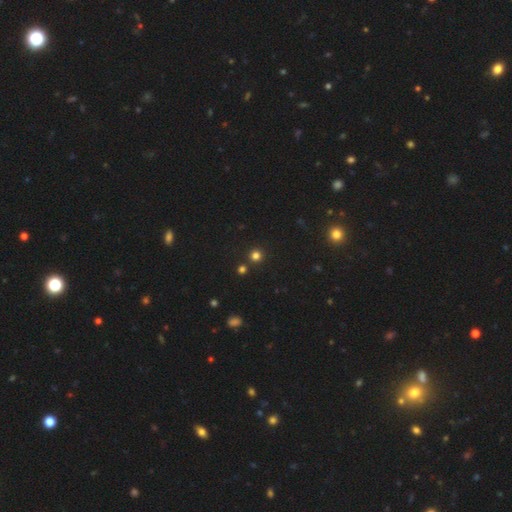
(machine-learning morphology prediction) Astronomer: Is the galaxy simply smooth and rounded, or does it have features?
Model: smooth — 74%.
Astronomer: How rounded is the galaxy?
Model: round — 94%.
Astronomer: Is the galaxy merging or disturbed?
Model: none — 85%.